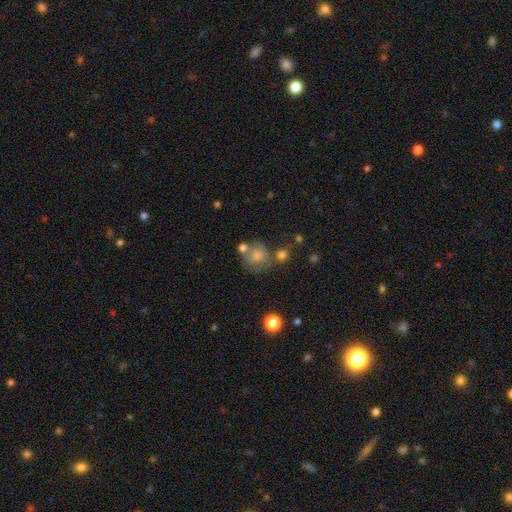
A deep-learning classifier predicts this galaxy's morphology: Q: Smooth or featured?
A: smooth (55%); runner-up: featured or disk (27%)
Q: How rounded?
A: round (77%); runner-up: in between (22%)
Q: Merging?
A: none (51%); runner-up: minor disturbance (19%)